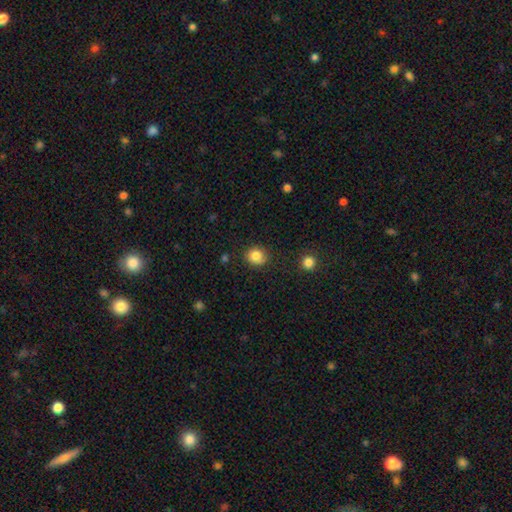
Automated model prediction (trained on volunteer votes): A smooth galaxy with no disk features (84%) that is round (80%). Merging: none (84%).